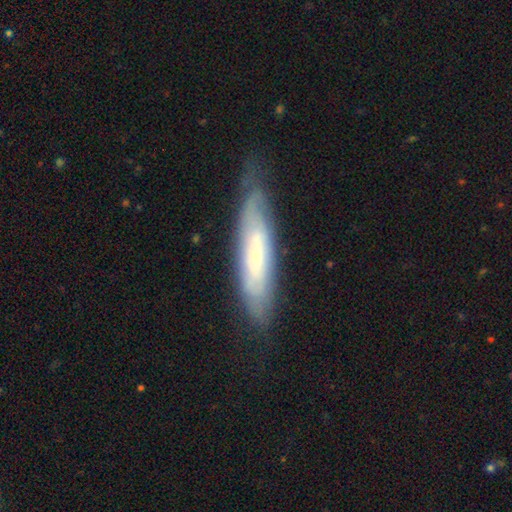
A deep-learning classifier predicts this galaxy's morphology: smooth_or_featured: featured or disk (p=0.54) [alt: smooth p=0.39]
disk_edge_on: no (p=0.58) [alt: yes p=0.42]
merging: none (p=0.68) [alt: minor disturbance p=0.23]